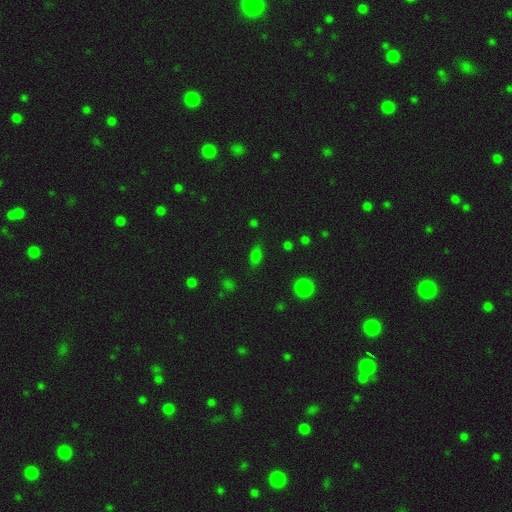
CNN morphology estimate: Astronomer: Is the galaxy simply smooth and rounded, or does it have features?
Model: smooth — 73%.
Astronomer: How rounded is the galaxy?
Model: in between — 80%.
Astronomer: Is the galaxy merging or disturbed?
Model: none — 78%.